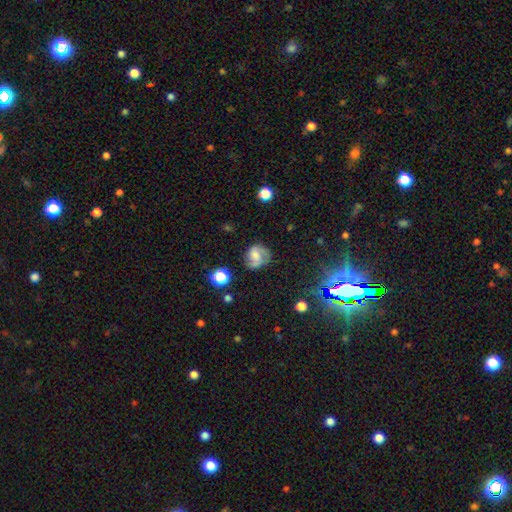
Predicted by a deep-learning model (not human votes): Smooth or featured: featured or disk — 53% (smooth — 36%)
Edge-on disk: no — 97% (yes — 3%)
Bar: no — 48% (weak — 41%)
Spiral arms: yes — 85% (no — 15%)
Bulge size: moderate — 31% (small — 29%)
Merging: none — 62% (minor disturbance — 23%)